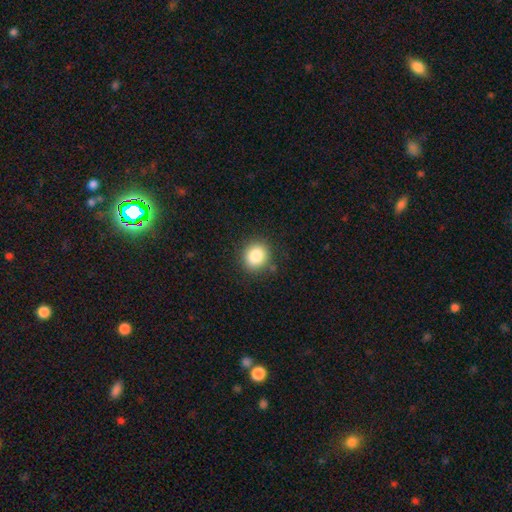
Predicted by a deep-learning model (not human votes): smooth 84%, star or artifact 10%, featured or disk 6%. Down the decision tree: how rounded — round (76%); merging — none (87%).